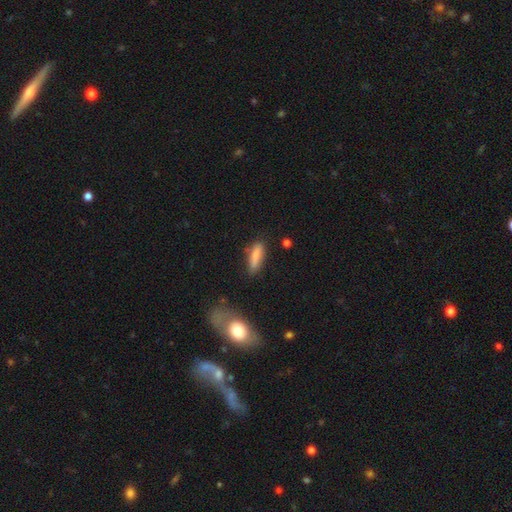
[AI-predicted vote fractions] This is likely a smooth galaxy (80%). How rounded: possibly cigar-shaped (60%). Merging: likely none (75%).